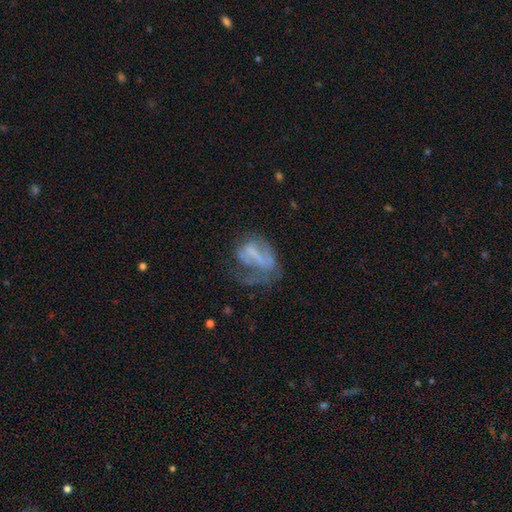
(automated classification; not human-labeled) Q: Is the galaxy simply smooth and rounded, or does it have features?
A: featured or disk — 54%.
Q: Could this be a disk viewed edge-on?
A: no — 94%.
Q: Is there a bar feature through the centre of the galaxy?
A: strong — 38%.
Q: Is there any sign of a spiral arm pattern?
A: no — 63%.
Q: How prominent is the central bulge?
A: none — 62%.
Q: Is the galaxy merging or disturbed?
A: major disturbance — 46%.